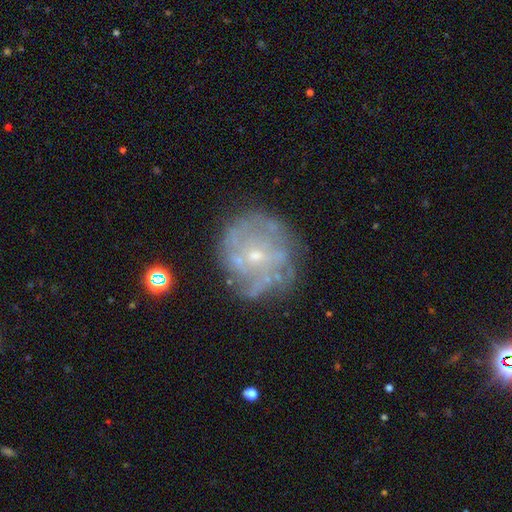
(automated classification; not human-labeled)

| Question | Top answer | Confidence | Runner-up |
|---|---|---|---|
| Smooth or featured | featured or disk | 69% | smooth (20%) |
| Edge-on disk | no | 97% | yes (3%) |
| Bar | no | 73% | weak (22%) |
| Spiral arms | yes | 58% | no (42%) |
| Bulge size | small | 70% | moderate (24%) |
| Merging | none | 65% | minor disturbance (20%) |